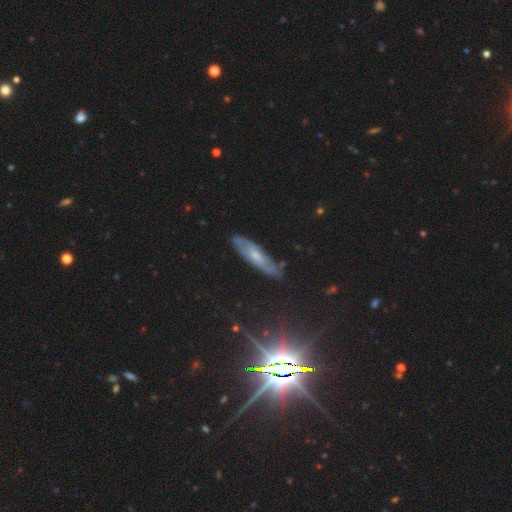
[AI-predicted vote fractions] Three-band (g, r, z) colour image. It shows a featured or disk galaxy (57%). Merging: none (77%).